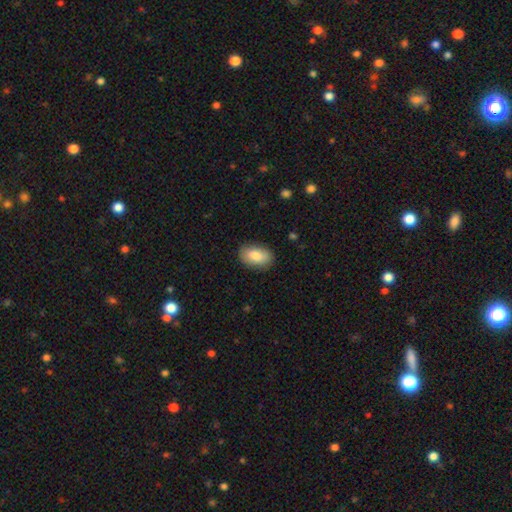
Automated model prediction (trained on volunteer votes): The model was most divided on "smooth or featured": smooth: 84%, featured or disk: 10%, star or artifact: 6%. More confident: how rounded — in between (91%); merging — none (86%).